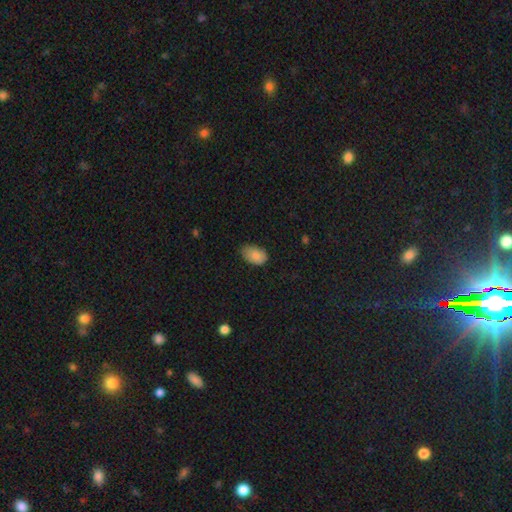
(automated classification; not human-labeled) smooth 85%, featured or disk 8%, star or artifact 7%. Down the decision tree: how rounded — in between (89%); merging — none (62%).